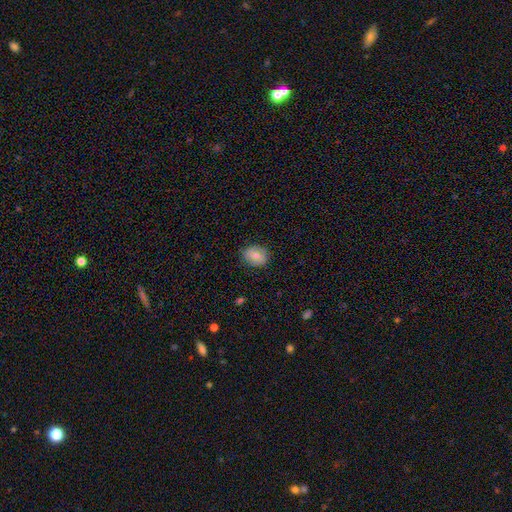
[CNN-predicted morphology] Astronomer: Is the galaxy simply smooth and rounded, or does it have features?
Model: smooth — 70%.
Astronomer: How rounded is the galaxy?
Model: in between — 53% (runner-up: round, 46%).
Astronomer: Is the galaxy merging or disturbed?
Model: none — 83%.